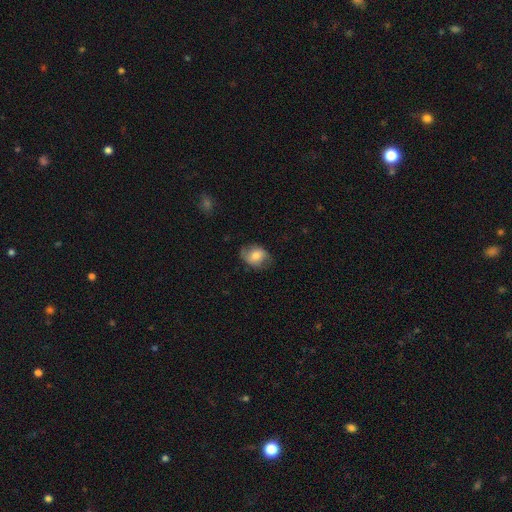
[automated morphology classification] type=smooth (65%); roundness=in between (60%); merging=none (67%).